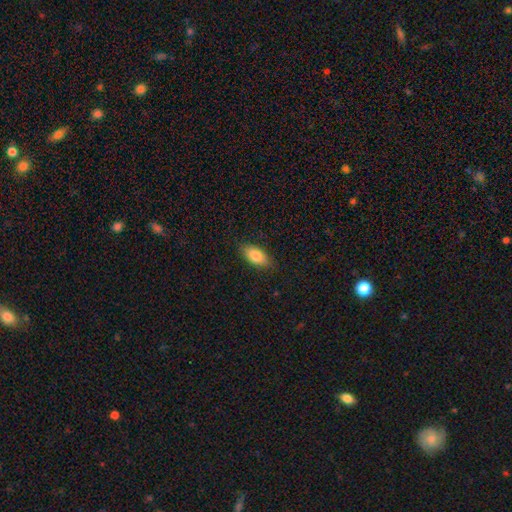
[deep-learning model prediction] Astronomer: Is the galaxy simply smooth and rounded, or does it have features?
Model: smooth — 82%.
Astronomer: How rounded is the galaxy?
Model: in between — 89%.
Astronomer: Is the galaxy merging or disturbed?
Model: none — 85%.